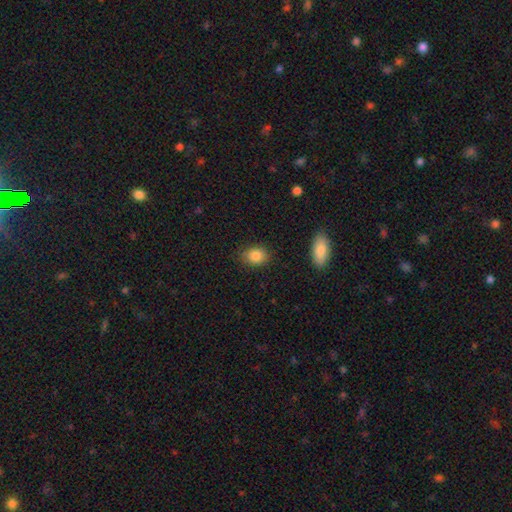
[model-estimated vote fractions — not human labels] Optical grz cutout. It shows a smooth galaxy with no disk features (86%) that is in between round and cigar-shaped (59%). Merging: none (83%).